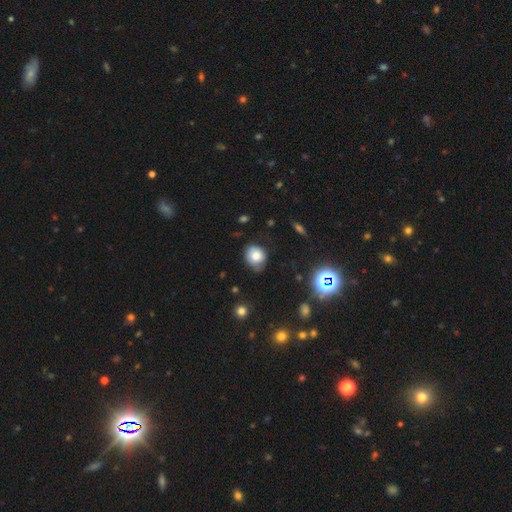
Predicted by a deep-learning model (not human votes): Smooth or featured?
  - smooth: 75% *
  - featured or disk: 12%
  - star or artifact: 12%
How rounded?
  - round: 67% *
  - in between: 32%
  - cigar-shaped: 1%
Merging?
  - none: 62% *
  - minor disturbance: 30%
  - major disturbance: 7%
  - merger: 2%